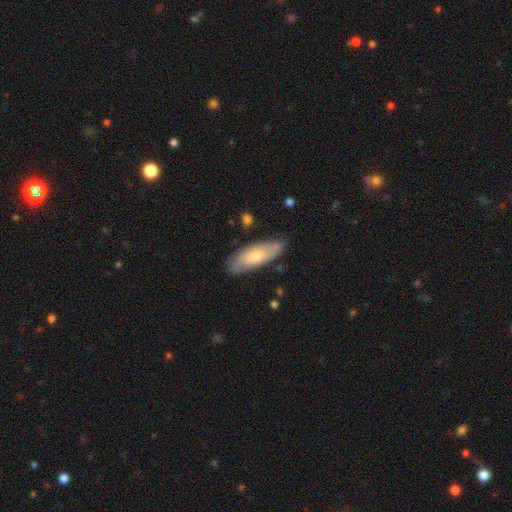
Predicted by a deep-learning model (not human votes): smooth 59%, featured or disk 36%, star or artifact 6%. Down the decision tree: how rounded — in between (69%); merging — none (75%).